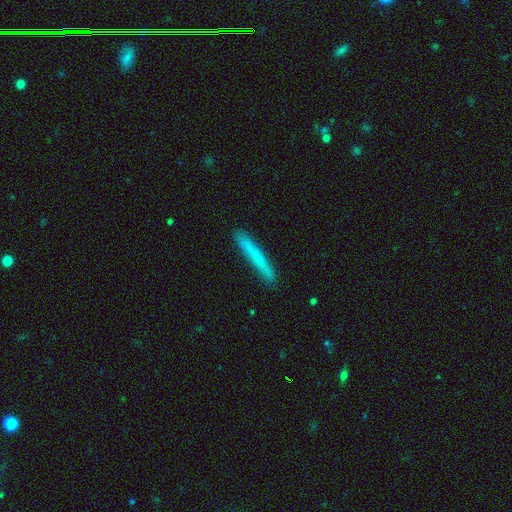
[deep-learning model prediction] Overall: smooth (70%). How rounded: cigar-shaped (97%). Merging: none (89%).